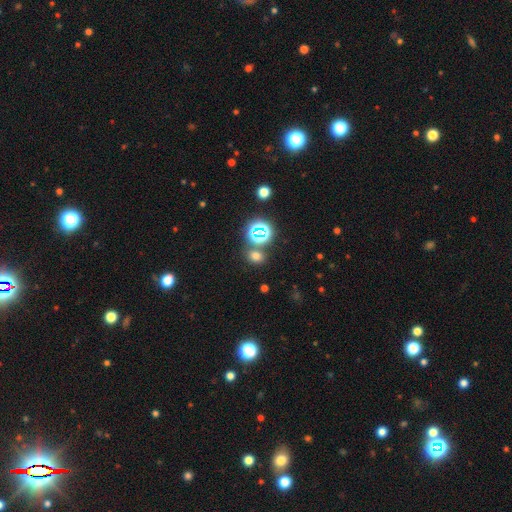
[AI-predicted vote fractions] This appears to be a smooth galaxy with no disk features (63%) that is round (58%). Merging: none (75%).